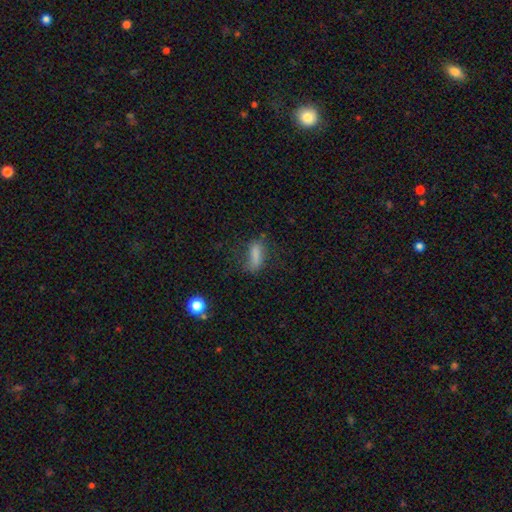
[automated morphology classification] smooth-or-featured: smooth: 72% | featured or disk: 15% | star or artifact: 13%
  how-rounded: in between: 48% | cigar-shaped: 47% | round: 5%
  merging: none: 56% | minor disturbance: 25% | major disturbance: 15% | merger: 4%